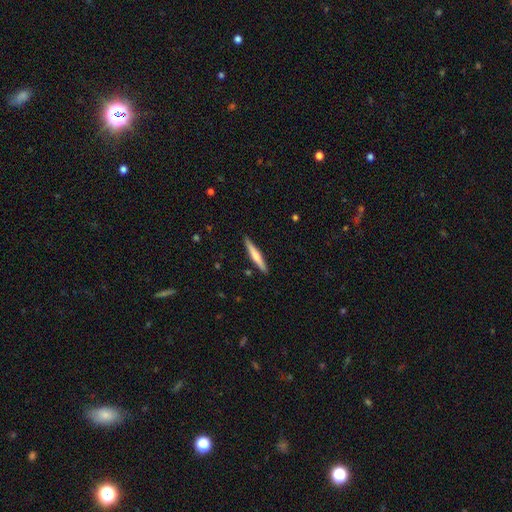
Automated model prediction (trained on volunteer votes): Overall: smooth (56%; featured or disk 39%). How rounded: cigar-shaped (94%). Merging: none (90%).